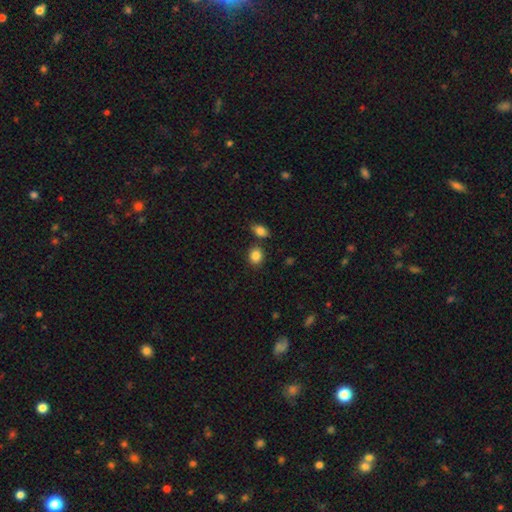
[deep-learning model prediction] Smooth or featured? smooth (86%)
How rounded? round (66%)
Merging? none (78%)